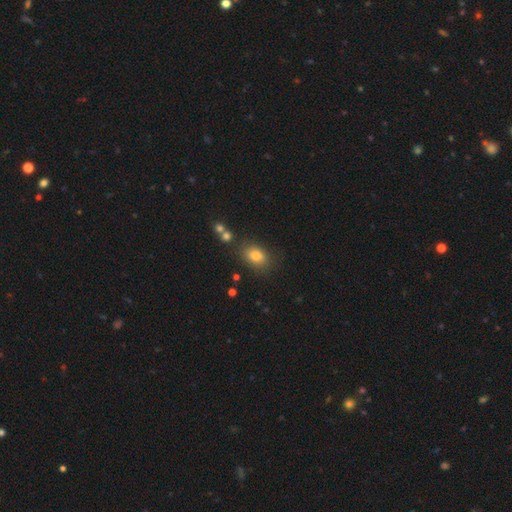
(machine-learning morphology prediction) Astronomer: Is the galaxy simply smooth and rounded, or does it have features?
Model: smooth — 80%.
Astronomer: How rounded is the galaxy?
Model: in between — 72%.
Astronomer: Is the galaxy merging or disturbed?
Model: none — 77%.